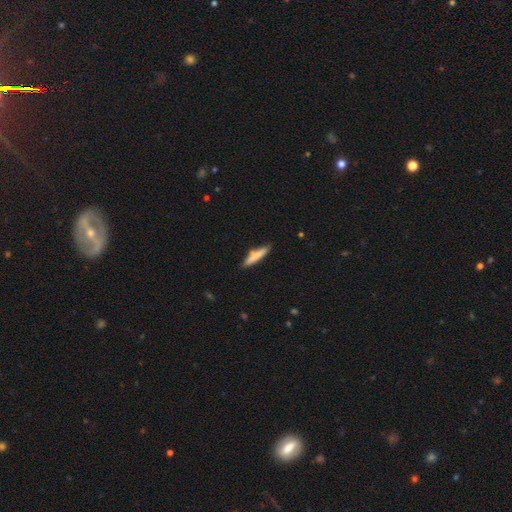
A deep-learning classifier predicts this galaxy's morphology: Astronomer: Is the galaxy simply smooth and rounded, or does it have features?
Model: smooth — 74%.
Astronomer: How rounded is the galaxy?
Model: cigar-shaped — 86%.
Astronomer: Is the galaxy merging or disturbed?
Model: none — 82%.